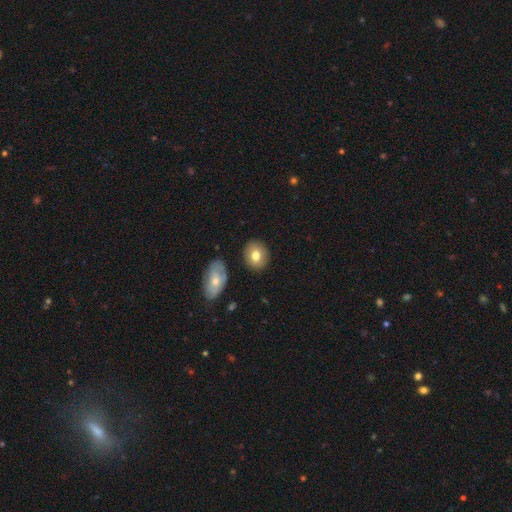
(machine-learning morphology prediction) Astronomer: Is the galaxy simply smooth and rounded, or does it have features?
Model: smooth — 76%.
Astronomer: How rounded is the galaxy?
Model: round — 63%.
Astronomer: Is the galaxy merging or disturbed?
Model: none — 86%.